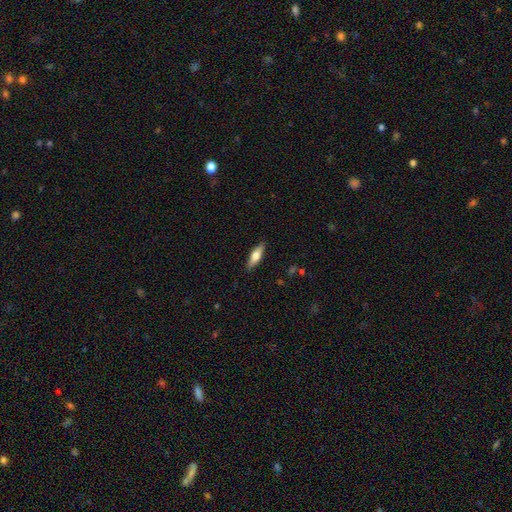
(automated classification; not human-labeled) Smooth or featured?
  - smooth: 59% *
  - featured or disk: 35%
  - star or artifact: 6%
How rounded?
  - cigar-shaped: 55% *
  - in between: 43%
  - round: 2%
Merging?
  - none: 88% *
  - minor disturbance: 9%
  - major disturbance: 2%
  - merger: 1%